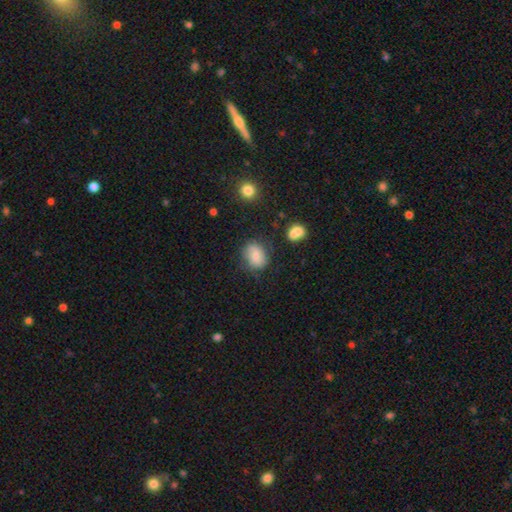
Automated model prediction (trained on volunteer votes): Smooth or featured: smooth — 69% (featured or disk — 22%)
How rounded: in between — 60% (round — 39%)
Merging: none — 69% (minor disturbance — 21%)